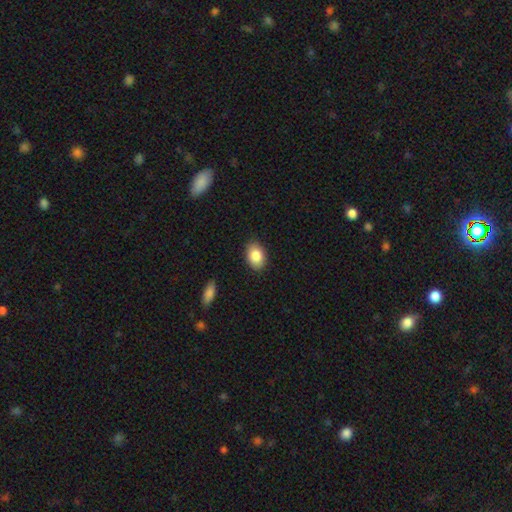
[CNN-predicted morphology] This appears to be a smooth galaxy with no disk features (85%) that is in between round and cigar-shaped (85%). Merging: none (87%).